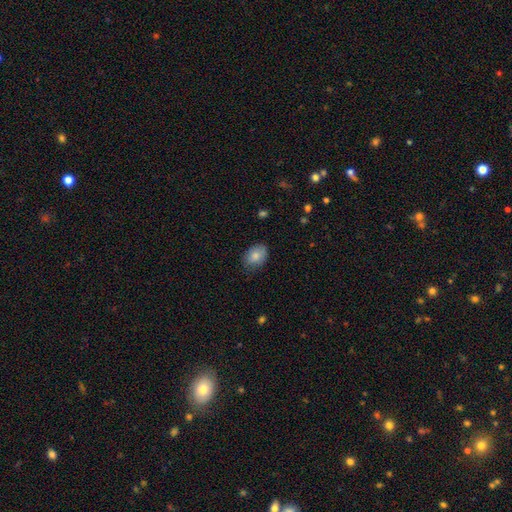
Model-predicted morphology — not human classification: The model was most divided on "how rounded": in between: 77%, round: 22%, cigar-shaped: 1%. More confident: smooth or featured — smooth (84%); merging — none (77%).